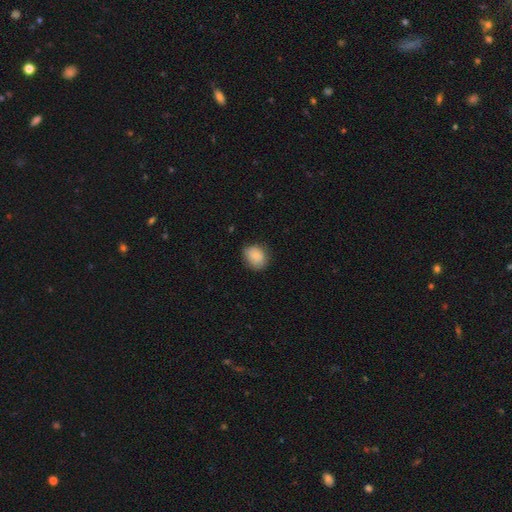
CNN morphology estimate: smooth 80%, featured or disk 12%, star or artifact 7%. Down the decision tree: how rounded — round (57%); merging — none (75%).